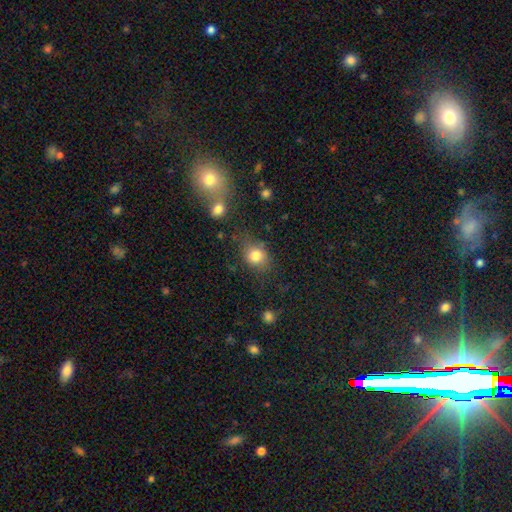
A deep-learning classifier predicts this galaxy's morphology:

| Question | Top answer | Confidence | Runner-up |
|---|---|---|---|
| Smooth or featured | smooth | 82% | star or artifact (11%) |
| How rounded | round | 58% | in between (41%) |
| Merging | none | 68% | minor disturbance (19%) |